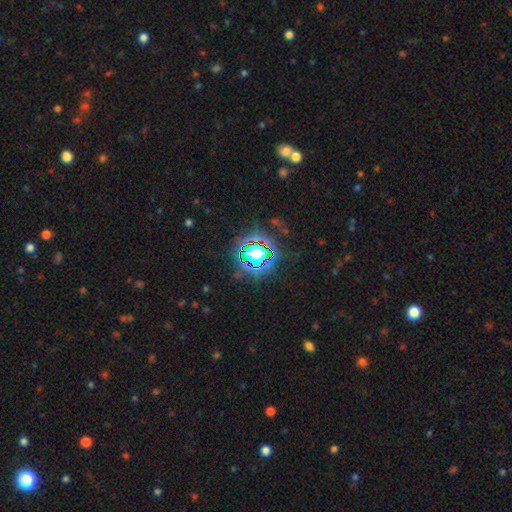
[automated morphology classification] Smooth or featured: star or artifact — 71% (smooth — 17%)